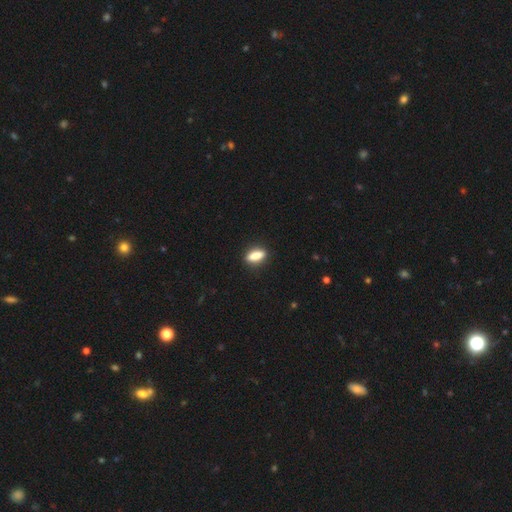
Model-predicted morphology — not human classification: smooth_or_featured: smooth (p=0.80) [alt: featured or disk p=0.12]
how_rounded: in between (p=0.60) [alt: cigar-shaped p=0.35]
merging: none (p=0.88) [alt: minor disturbance p=0.08]